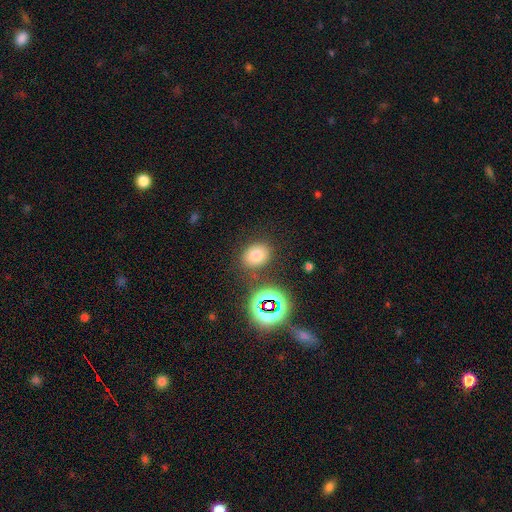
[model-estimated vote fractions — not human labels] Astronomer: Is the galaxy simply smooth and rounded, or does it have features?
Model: smooth — 67%.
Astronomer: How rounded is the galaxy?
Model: round — 50% (runner-up: in between, 49%).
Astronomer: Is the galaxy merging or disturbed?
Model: none — 80%.